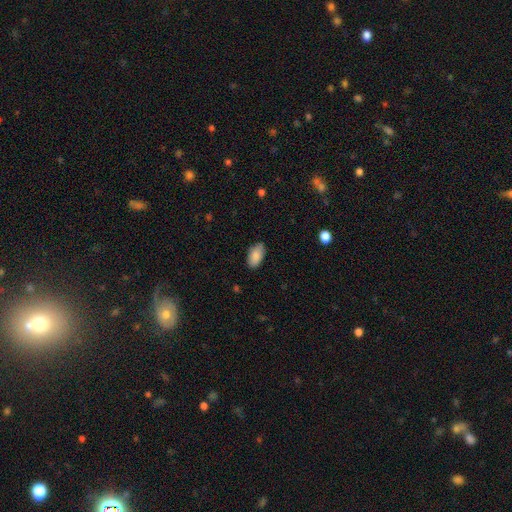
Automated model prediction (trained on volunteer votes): This is clearly a smooth galaxy (88%). How rounded: clearly in between (94%). Merging: clearly none (84%).